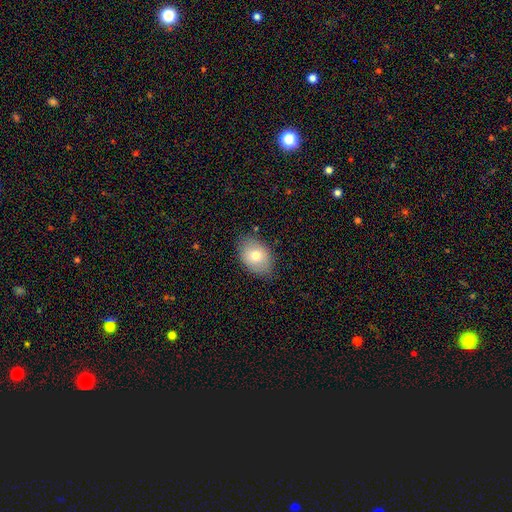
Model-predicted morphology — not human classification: smooth 74%, featured or disk 19%, star or artifact 8%. Down the decision tree: how rounded — in between (82%); merging — none (80%).